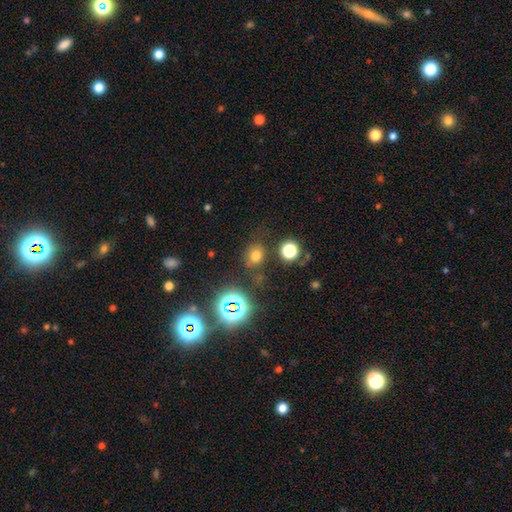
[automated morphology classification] The model was most divided on "how rounded": round: 63%, in between: 36%, cigar-shaped: 1%. More confident: merging — none (73%); smooth or featured — smooth (67%).